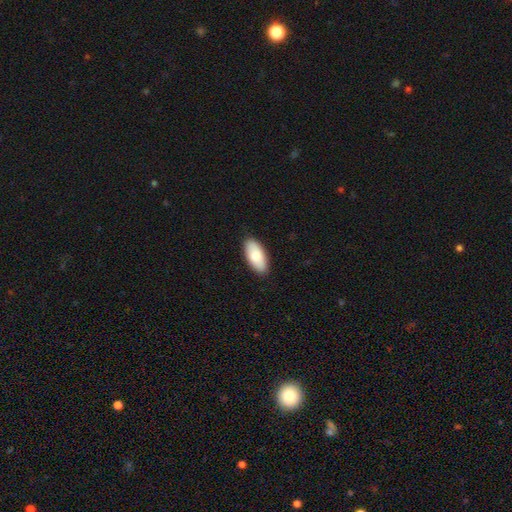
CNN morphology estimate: Smooth or featured? smooth (82%)
How rounded? in between (90%)
Merging? none (89%)